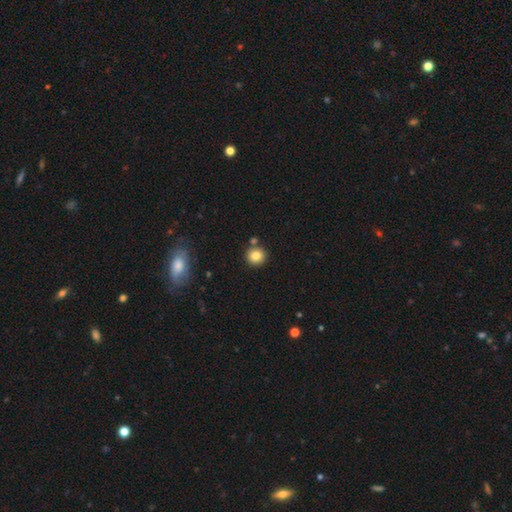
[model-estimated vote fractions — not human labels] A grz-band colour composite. It shows a smooth galaxy with no disk features (83%) that is round (91%). Merging: none (80%).